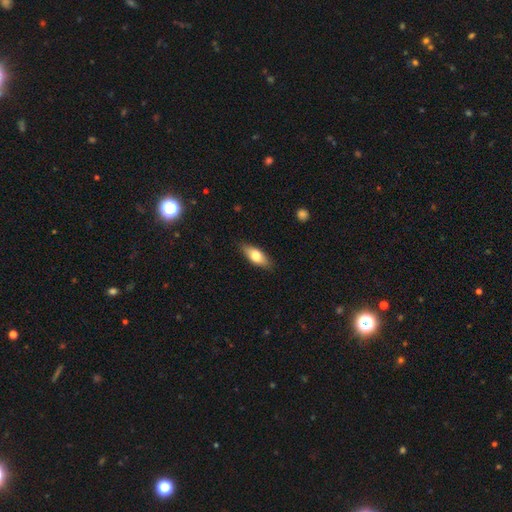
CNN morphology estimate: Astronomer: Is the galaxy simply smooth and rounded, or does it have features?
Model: smooth — 69%.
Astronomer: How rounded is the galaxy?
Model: in between — 76%.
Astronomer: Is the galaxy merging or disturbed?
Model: none — 85%.